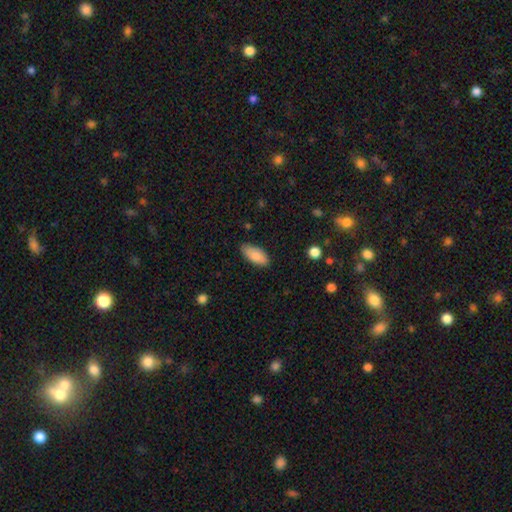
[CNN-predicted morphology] type=smooth (84%); roundness=in between (90%); merging=none (82%).